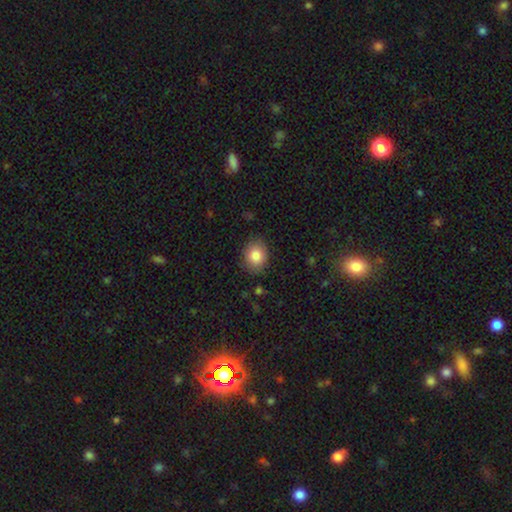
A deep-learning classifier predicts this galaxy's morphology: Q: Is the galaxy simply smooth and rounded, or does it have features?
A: smooth — 84%.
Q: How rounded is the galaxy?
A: round — 54%.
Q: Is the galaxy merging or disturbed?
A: none — 86%.